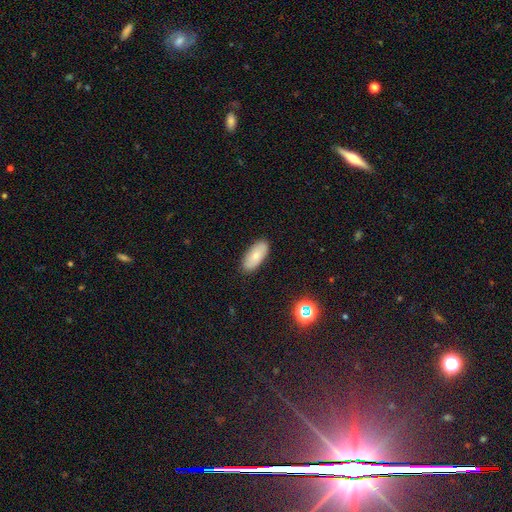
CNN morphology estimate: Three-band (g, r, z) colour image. It shows a smooth galaxy with no disk features (78%) that is in between round and cigar-shaped (90%). Merging: none (87%).